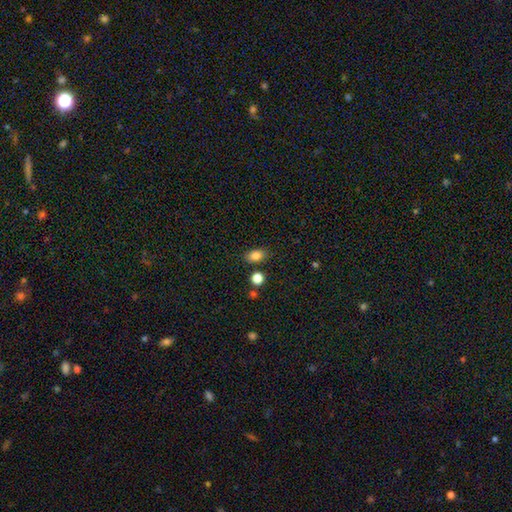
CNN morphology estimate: Smooth or featured: smooth — 84% (star or artifact — 11%)
How rounded: in between — 77% (round — 21%)
Merging: none — 81% (minor disturbance — 11%)